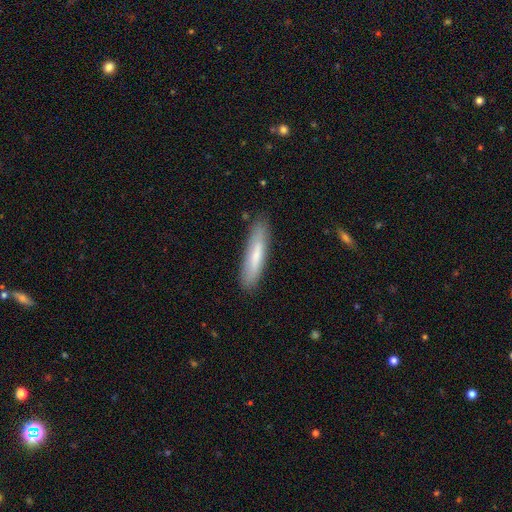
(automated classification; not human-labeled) Overall: smooth (71%). How rounded: cigar-shaped (85%). Merging: none (85%).